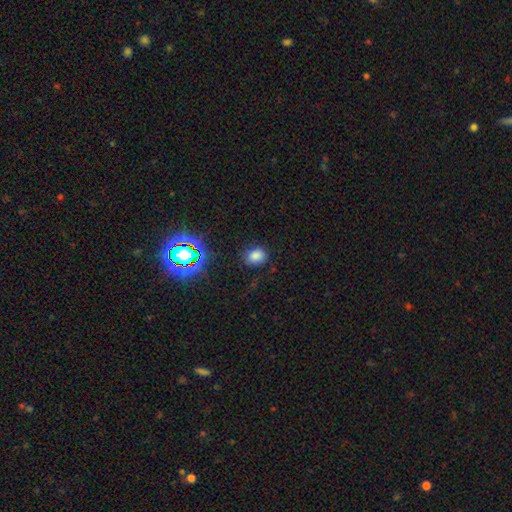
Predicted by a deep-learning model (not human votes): Morphology: type=smooth (75%); roundness=in between (53%); merging=none (80%).